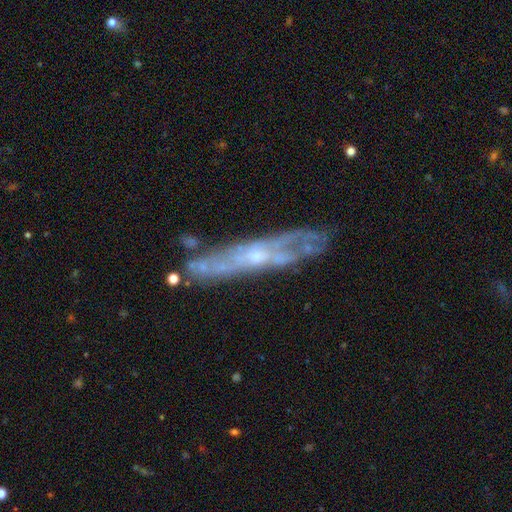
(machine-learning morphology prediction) This appears to be a featured or disk galaxy (75%) viewed edge-on (56%). Merging: none (72%).